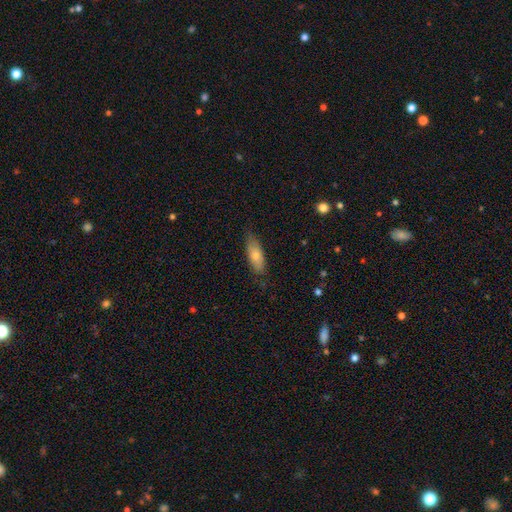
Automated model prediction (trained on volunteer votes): A smooth galaxy with no disk features (76%) that is in between round and cigar-shaped (68%). Merging: none (75%).